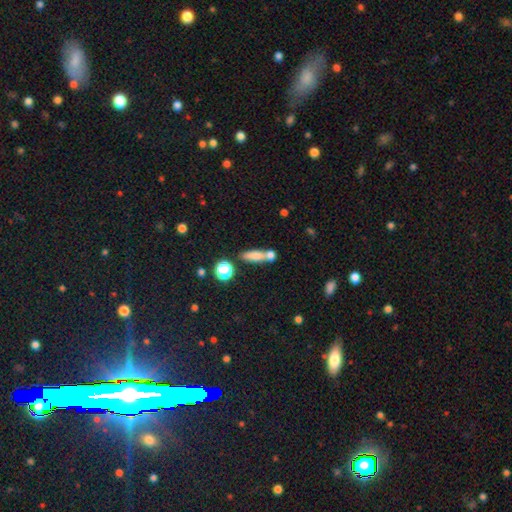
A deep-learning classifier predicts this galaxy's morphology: smooth_or_featured: smooth (p=0.73) [alt: featured or disk p=0.15]
how_rounded: cigar-shaped (p=0.48) [alt: in between p=0.44]
merging: none (p=0.52) [alt: merger p=0.31]